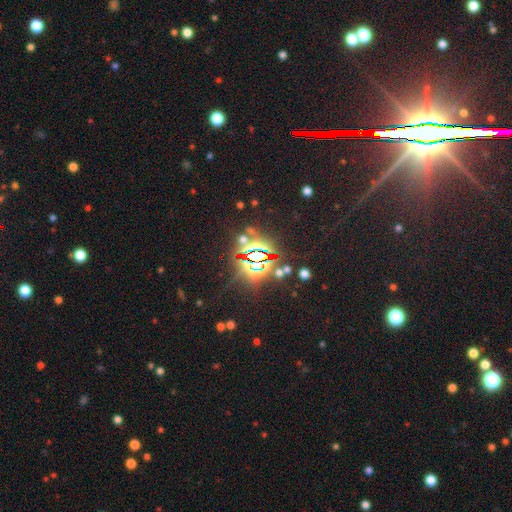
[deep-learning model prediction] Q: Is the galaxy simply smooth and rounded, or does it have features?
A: star or artifact — 81%.